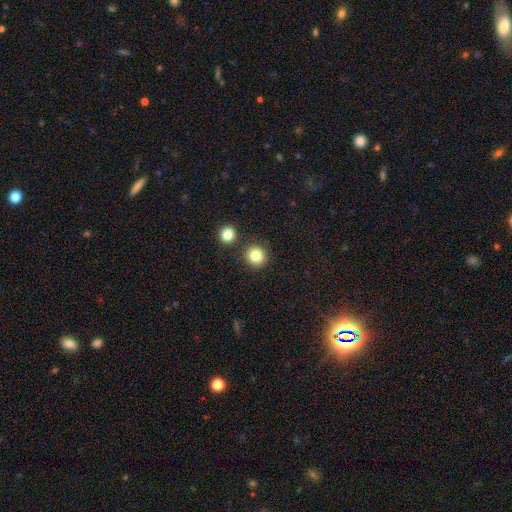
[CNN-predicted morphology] Smooth or featured?
  - smooth: 85% *
  - star or artifact: 10%
  - featured or disk: 5%
How rounded?
  - round: 92% *
  - in between: 7%
  - cigar-shaped: 1%
Merging?
  - none: 84% *
  - minor disturbance: 7%
  - merger: 6%
  - major disturbance: 2%